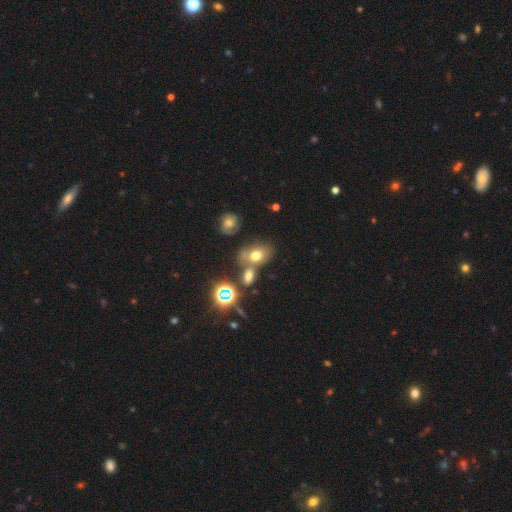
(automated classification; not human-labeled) This appears to be a smooth galaxy with no disk features (60%) that is in between round and cigar-shaped (77%). Merging: none (49%).